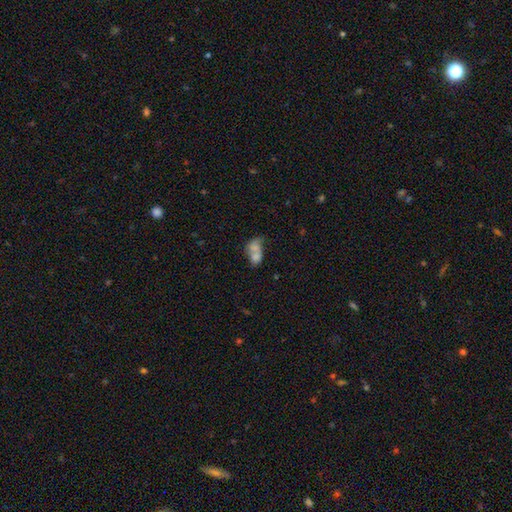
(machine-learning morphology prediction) Smooth or featured?
  - smooth: 62% *
  - featured or disk: 26%
  - star or artifact: 11%
How rounded?
  - in between: 76% *
  - round: 22%
  - cigar-shaped: 2%
Merging?
  - merger: 65% *
  - none: 17%
  - minor disturbance: 9%
  - major disturbance: 9%